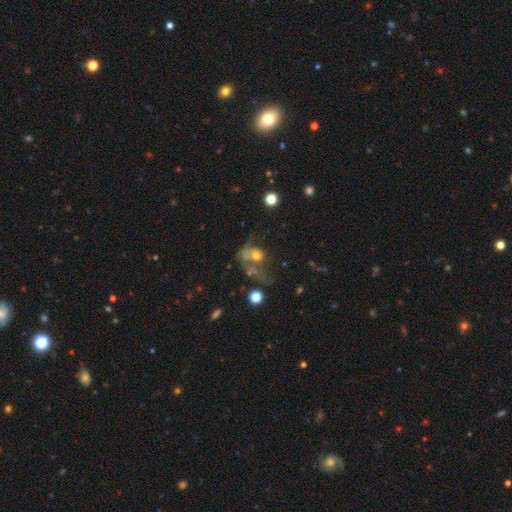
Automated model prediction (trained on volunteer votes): Overall: smooth (47%; featured or disk 36%). Merging: major disturbance (41%; merger 28%).